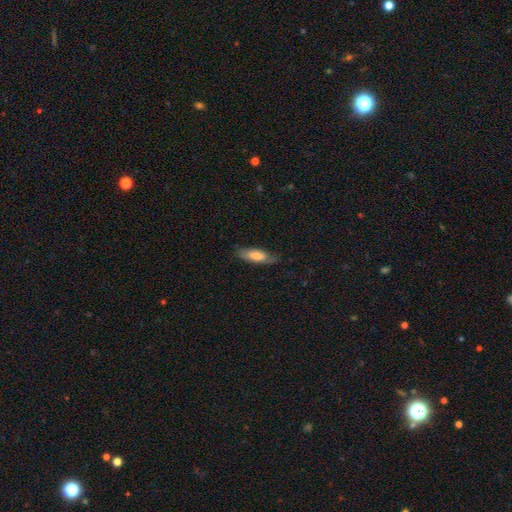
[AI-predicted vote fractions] A smooth galaxy with no disk features (71%) that is in between round and cigar-shaped (58%).

Vote fractions:
- Smooth or featured? smooth: 71% / featured or disk: 23% / star or artifact: 6%
- How rounded? in between: 58% / cigar-shaped: 40% / round: 2%
- Merging? none: 74% / minor disturbance: 20% / major disturbance: 5% / merger: 1%